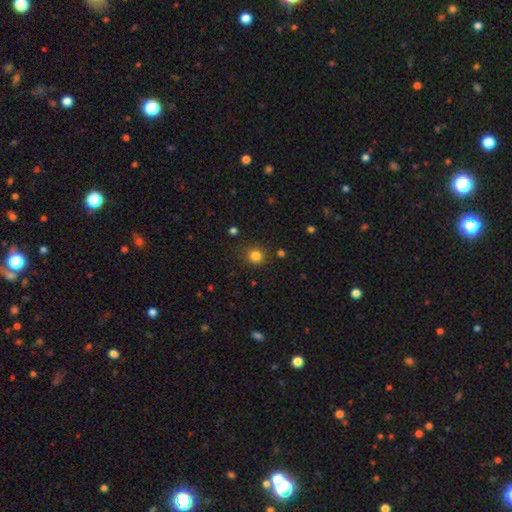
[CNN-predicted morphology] smooth 82%, star or artifact 14%, featured or disk 5%. Down the decision tree: how rounded — round (88%); merging — none (85%).